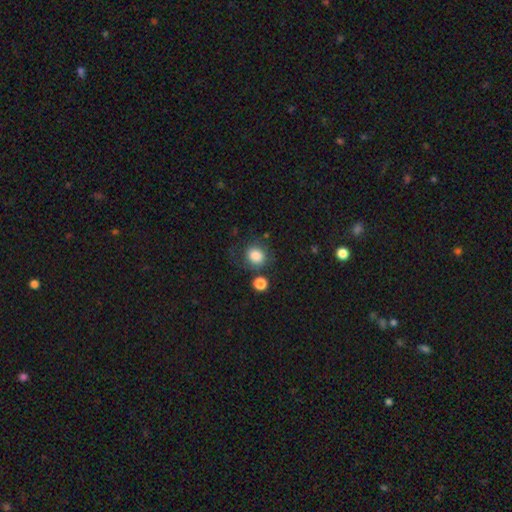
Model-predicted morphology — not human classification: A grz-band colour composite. It shows a smooth galaxy with no disk features (82%) that is round (76%). Merging: none (65%).